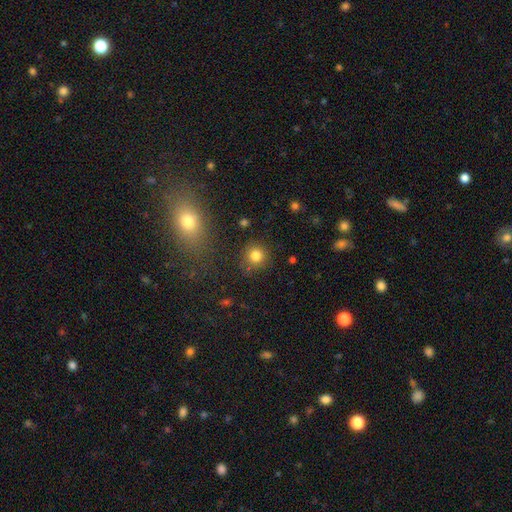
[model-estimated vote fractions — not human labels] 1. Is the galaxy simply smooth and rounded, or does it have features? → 82% smooth, 13% star or artifact, 6% featured or disk.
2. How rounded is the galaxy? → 92% round, 7% in between, 1% cigar-shaped.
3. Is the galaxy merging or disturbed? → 85% none, 9% minor disturbance, 3% major disturbance, 3% merger.